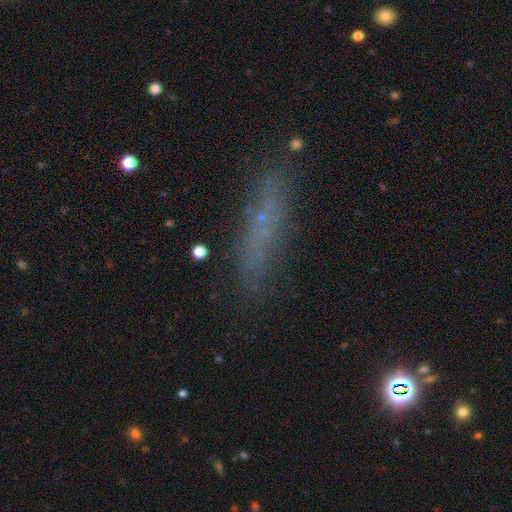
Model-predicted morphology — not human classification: Smooth or featured?
  - smooth: 53% *
  - featured or disk: 30%
  - star or artifact: 17%
How rounded?
  - cigar-shaped: 78% *
  - in between: 19%
  - round: 3%
Merging?
  - none: 75% *
  - minor disturbance: 16%
  - major disturbance: 6%
  - merger: 3%